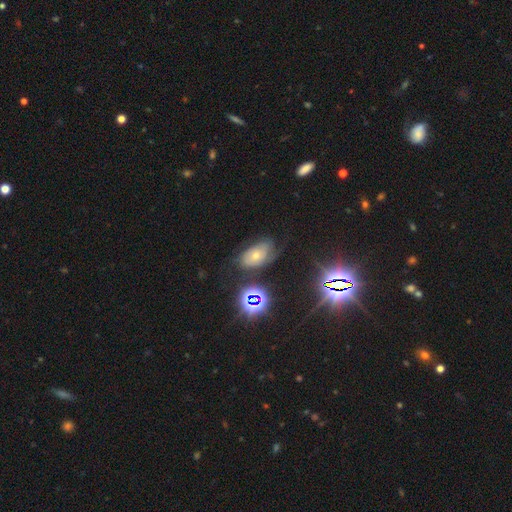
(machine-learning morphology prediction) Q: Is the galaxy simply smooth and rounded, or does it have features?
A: star or artifact — 44%.